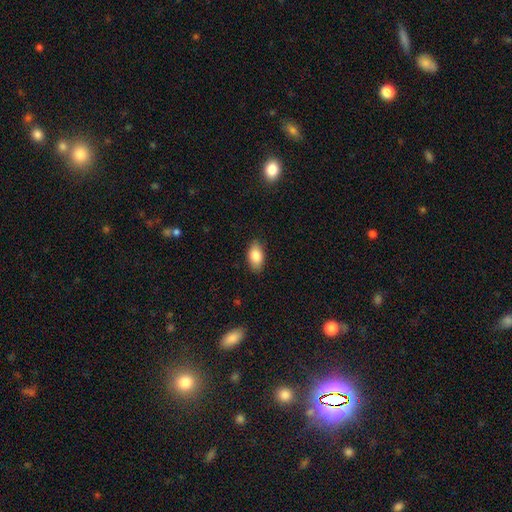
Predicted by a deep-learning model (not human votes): The model was most divided on "merging": none: 85%, minor disturbance: 11%, major disturbance: 2%, merger: 1%. More confident: how rounded — in between (93%); smooth or featured — smooth (85%).